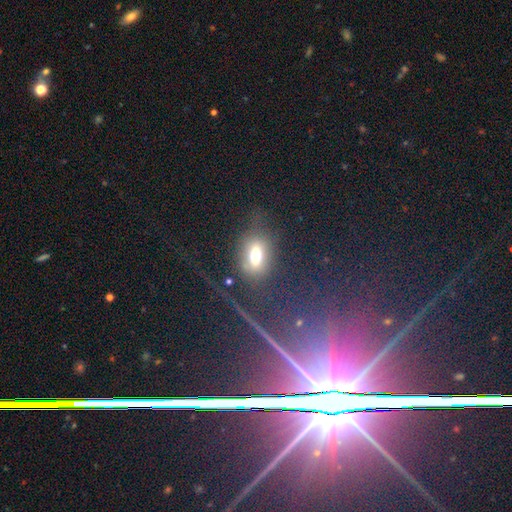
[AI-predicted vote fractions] A smooth galaxy with no disk features (63%) that is in between round and cigar-shaped (70%).

Vote fractions:
- Smooth or featured? smooth: 63% / featured or disk: 21% / star or artifact: 16%
- How rounded? in between: 70% / round: 24% / cigar-shaped: 5%
- Merging? none: 67% / minor disturbance: 16% / major disturbance: 13% / merger: 4%